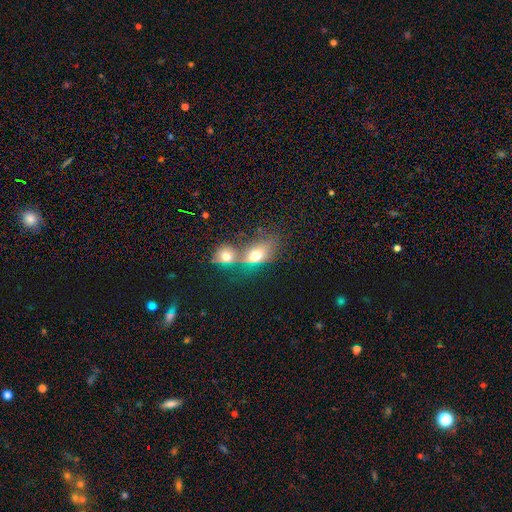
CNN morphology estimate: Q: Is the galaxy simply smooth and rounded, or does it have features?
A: smooth — 64%.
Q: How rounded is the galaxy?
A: in between — 71%.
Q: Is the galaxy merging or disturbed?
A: merger — 62%.